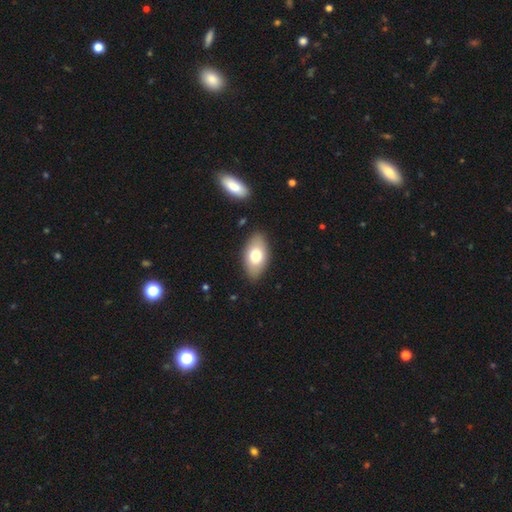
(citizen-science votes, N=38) Smooth or featured? smooth (71%)
How rounded? in between (93%)
Merging? none (81%)